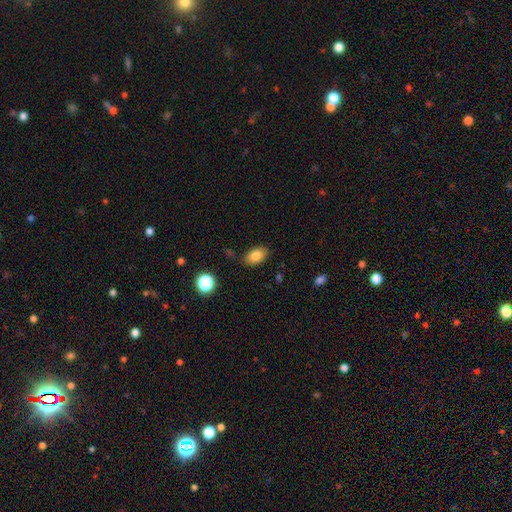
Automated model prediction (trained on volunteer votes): Smooth or featured: smooth — 82% (star or artifact — 9%)
How rounded: in between — 88% (round — 10%)
Merging: none — 83% (minor disturbance — 12%)